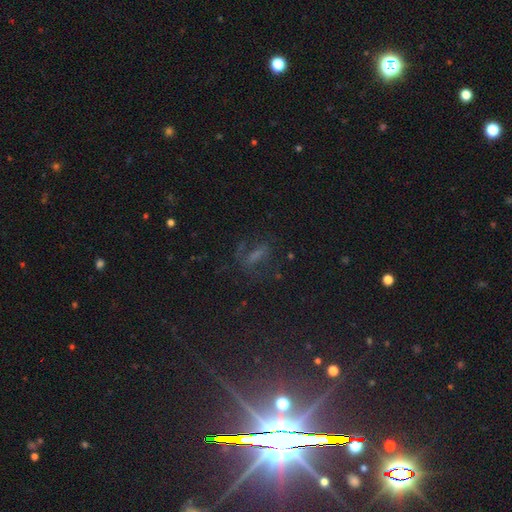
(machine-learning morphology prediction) A star or artifact, not a galaxy (42%).